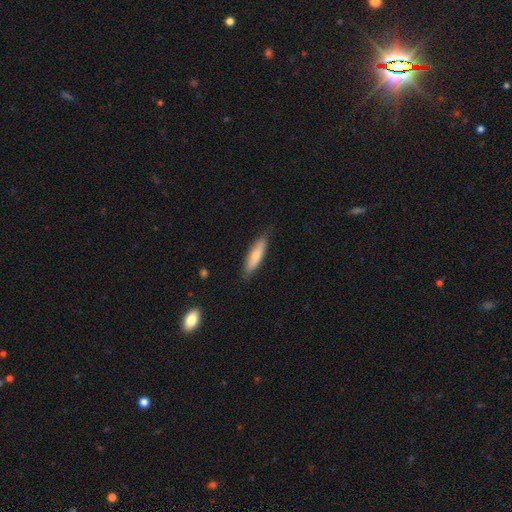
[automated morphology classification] This is likely a smooth galaxy (67%). How rounded: likely cigar-shaped (63%). Merging: likely none (80%).